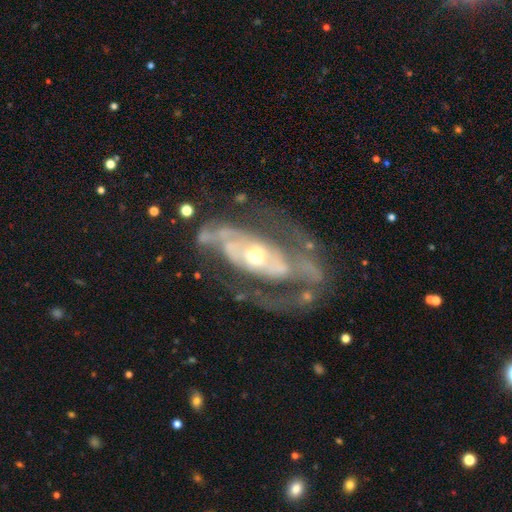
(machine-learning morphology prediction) This appears to be a featured or disk galaxy (84%) with no bar (57%), 2 (54%) medium (42%) spiral arms (80%) and a moderate central bulge (63%). Merging: none (42%).